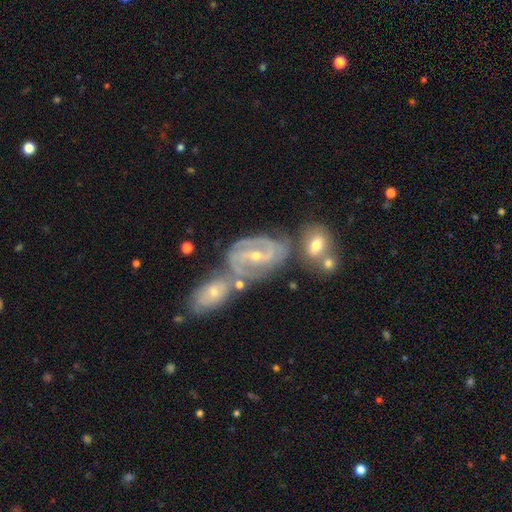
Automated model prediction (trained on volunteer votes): Smooth or featured?
  - featured or disk: 87% *
  - smooth: 7%
  - star or artifact: 6%
Edge-on disk?
  - no: 96% *
  - yes: 4%
Bar?
  - weak: 44% *
  - strong: 33%
  - no: 23%
Spiral arms?
  - yes: 95% *
  - no: 5%
Spiral winding?
  - tight: 53% *
  - medium: 38%
  - loose: 9%
Spiral arm count?
  - 2: 52% *
  - 3: 19%
  - can't tell: 18%
  - 4: 4%
  - 1: 4%
  - more than 4: 3%
Bulge size?
  - small: 60% *
  - moderate: 37%
  - large: 1%
  - none: 1%
  - dominant: 1%
Merging?
  - none: 47% *
  - merger: 30%
  - minor disturbance: 16%
  - major disturbance: 7%